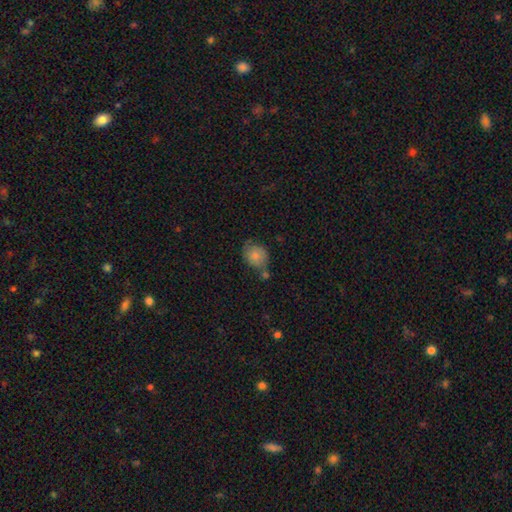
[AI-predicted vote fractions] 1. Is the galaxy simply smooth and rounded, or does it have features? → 76% smooth, 16% featured or disk, 8% star or artifact.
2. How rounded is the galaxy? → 58% round, 41% in between, 1% cigar-shaped.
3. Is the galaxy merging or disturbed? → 49% none, 26% minor disturbance, 16% merger, 9% major disturbance.